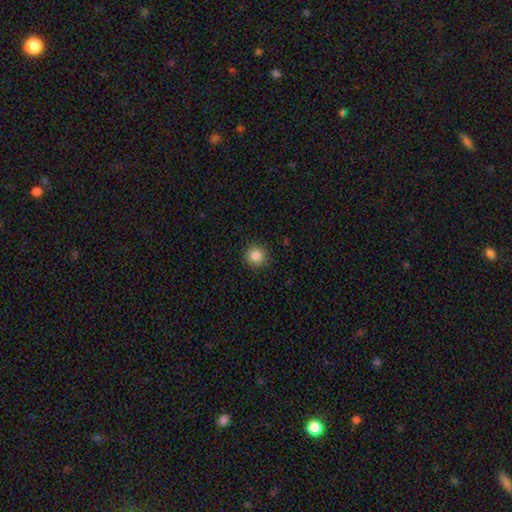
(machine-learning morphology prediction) Smooth or featured?
  - smooth: 85% *
  - star or artifact: 10%
  - featured or disk: 4%
How rounded?
  - round: 93% *
  - in between: 6%
  - cigar-shaped: 1%
Merging?
  - none: 92% *
  - minor disturbance: 5%
  - major disturbance: 2%
  - merger: 1%